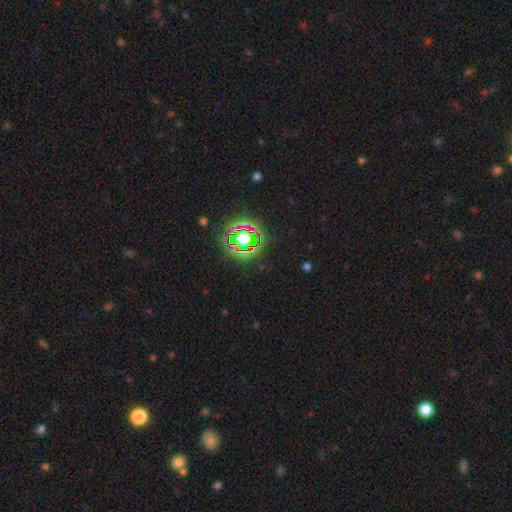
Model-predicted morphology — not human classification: star or artifact 80%, smooth 12%, featured or disk 8%.